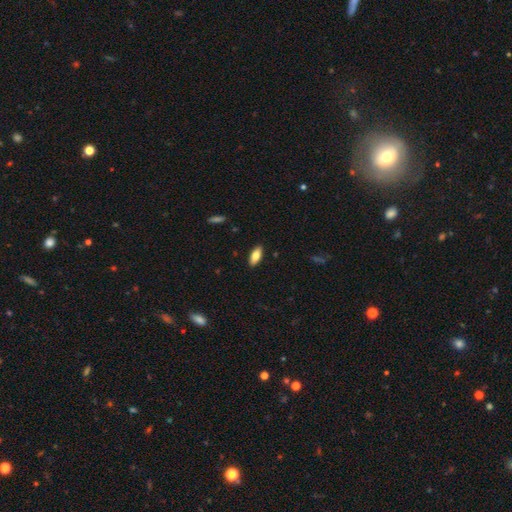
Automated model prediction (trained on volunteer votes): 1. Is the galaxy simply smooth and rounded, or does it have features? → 77% smooth, 16% featured or disk, 7% star or artifact.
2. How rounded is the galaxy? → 82% in between, 16% cigar-shaped, 2% round.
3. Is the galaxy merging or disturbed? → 89% none, 8% minor disturbance, 2% major disturbance, 1% merger.